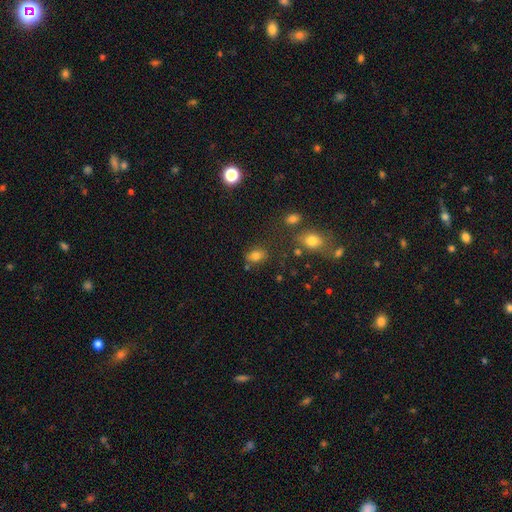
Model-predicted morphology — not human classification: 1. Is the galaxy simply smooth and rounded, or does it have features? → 77% smooth, 14% star or artifact, 9% featured or disk.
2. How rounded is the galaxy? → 70% in between, 29% round, 2% cigar-shaped.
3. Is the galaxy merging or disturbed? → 70% none, 16% minor disturbance, 8% merger, 5% major disturbance.